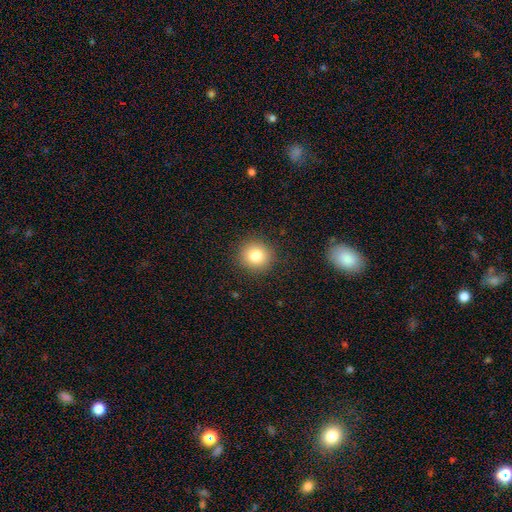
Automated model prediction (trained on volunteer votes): smooth 81%, star or artifact 11%, featured or disk 8%. Down the decision tree: how rounded — round (92%); merging — none (90%).